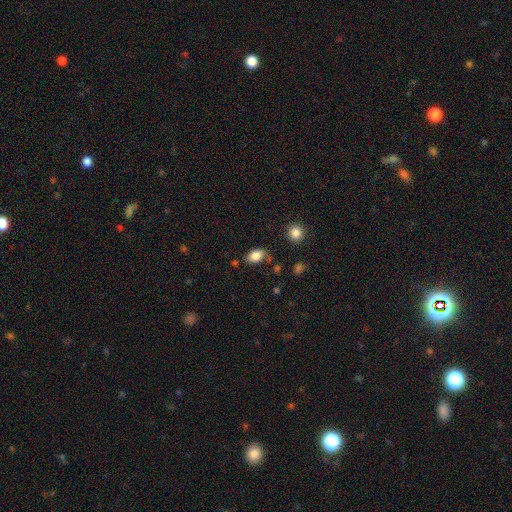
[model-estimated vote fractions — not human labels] Smooth or featured? Predicted: smooth (p=0.85). How rounded? Predicted: in between (p=0.90). Merging? Predicted: none (p=0.74).